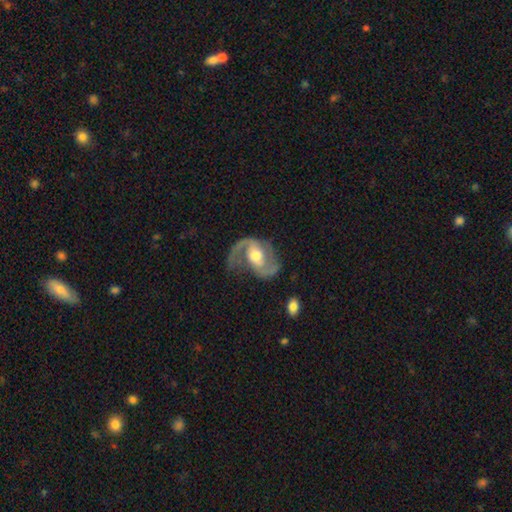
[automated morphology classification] This is clearly a featured or disk galaxy (89%). It is clearly not viewed edge-on (98%). Bar: marginally weak (43%). Spiral arm pattern: clearly yes (96%). Spiral arm count: clearly 2 (87%). Spiral winding: possibly medium (50%). Central bulge: likely moderate (67%). Merging: possibly none (58%).